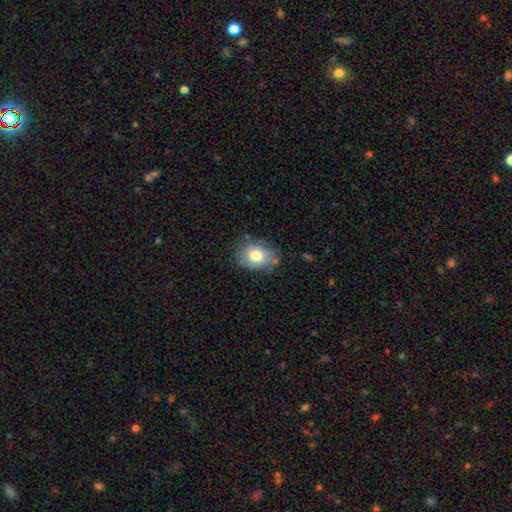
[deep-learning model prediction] A smooth galaxy with no disk features (74%) that is in between round and cigar-shaped (68%). Merging: none (73%).